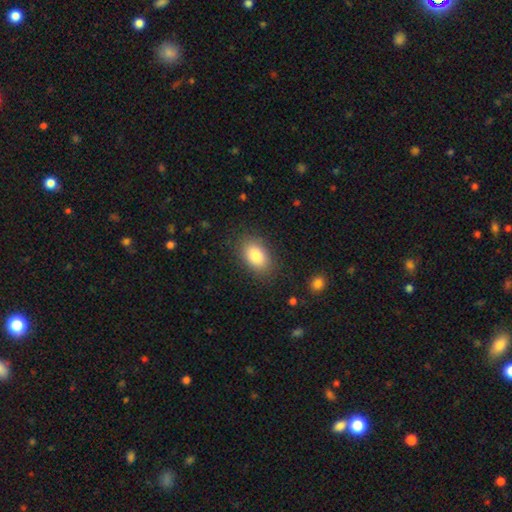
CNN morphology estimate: Smooth or featured? smooth (84%)
How rounded? in between (89%)
Merging? none (85%)